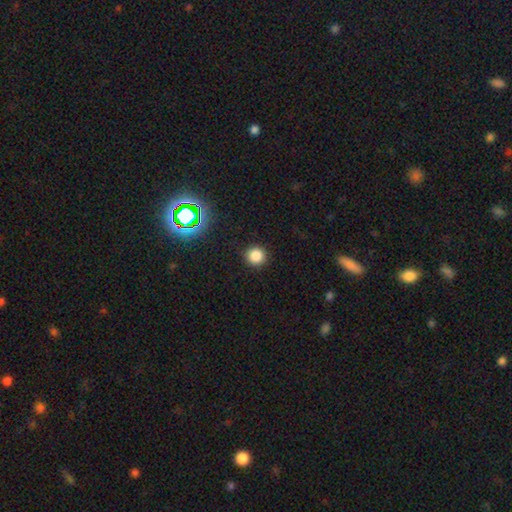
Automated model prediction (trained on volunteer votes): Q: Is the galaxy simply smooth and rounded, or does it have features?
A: smooth — 83%.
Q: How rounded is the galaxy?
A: round — 94%.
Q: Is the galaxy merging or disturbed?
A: none — 91%.